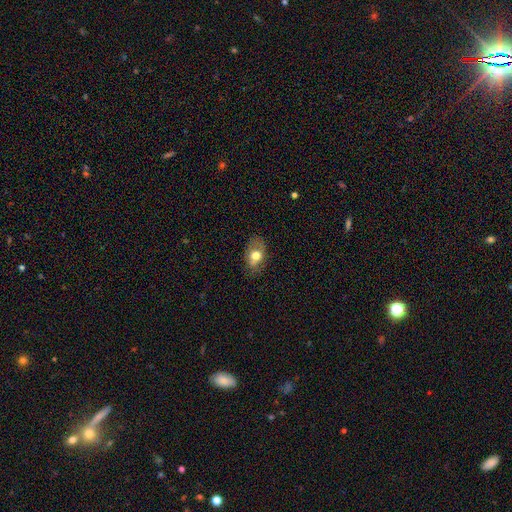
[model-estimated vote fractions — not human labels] smooth-or-featured: smooth: 64% | featured or disk: 27% | star or artifact: 9%
  how-rounded: in between: 83% | round: 15% | cigar-shaped: 2%
  merging: none: 71% | minor disturbance: 21% | major disturbance: 6% | merger: 2%